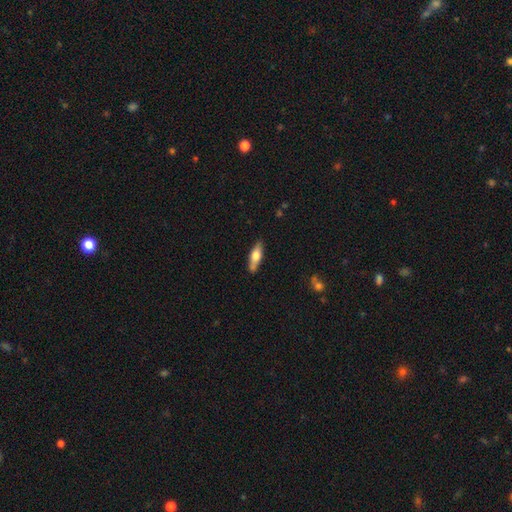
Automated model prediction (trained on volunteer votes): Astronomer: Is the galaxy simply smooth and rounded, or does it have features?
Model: smooth — 60%.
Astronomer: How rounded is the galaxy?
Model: cigar-shaped — 51% (runner-up: in between, 47%).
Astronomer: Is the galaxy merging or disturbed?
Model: none — 78%.